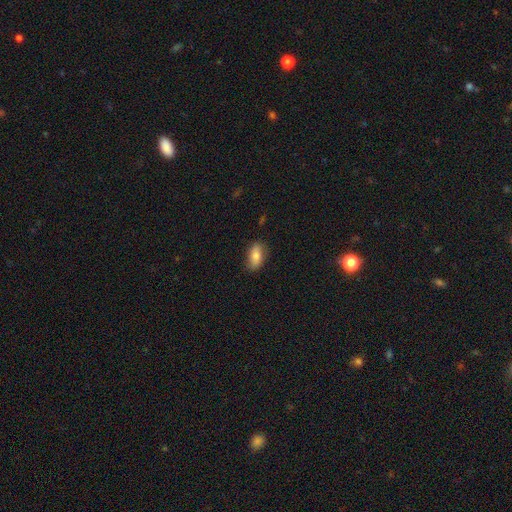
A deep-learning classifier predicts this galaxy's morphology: A smooth galaxy with no disk features (79%) that is in between round and cigar-shaped (90%). Merging: none (80%).